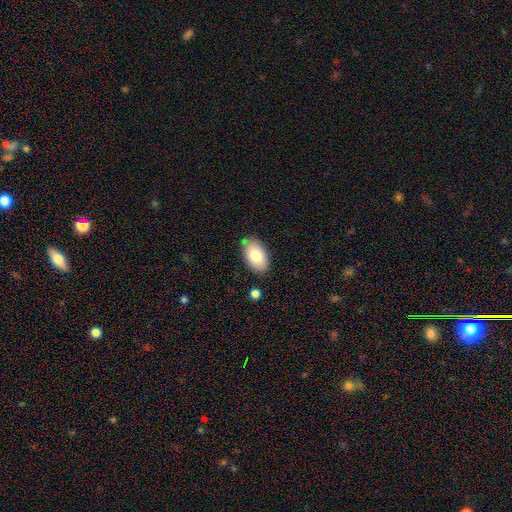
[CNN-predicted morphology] This is clearly a smooth galaxy (80%). How rounded: clearly in between (94%). Merging: clearly none (83%).